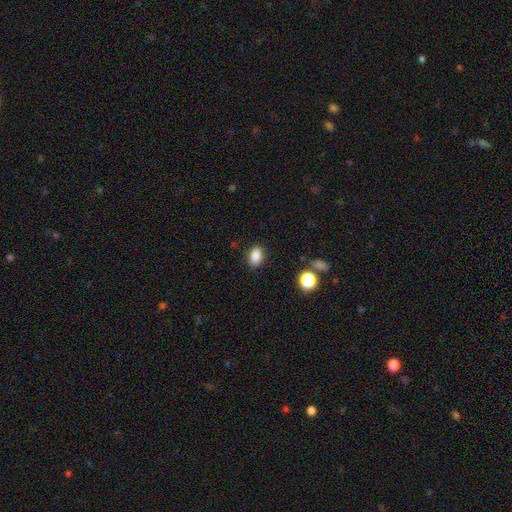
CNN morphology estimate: Smooth or featured?
  - smooth: 86% *
  - star or artifact: 10%
  - featured or disk: 4%
How rounded?
  - in between: 81% *
  - round: 18%
  - cigar-shaped: 2%
Merging?
  - none: 87% *
  - minor disturbance: 9%
  - major disturbance: 3%
  - merger: 2%